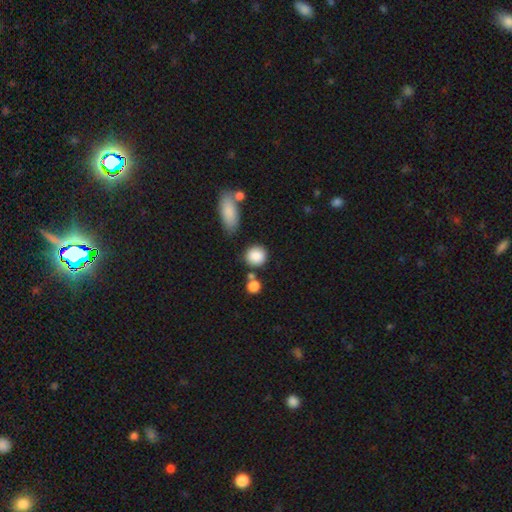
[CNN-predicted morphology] type=smooth (87%); roundness=round (85%); merging=none (76%).